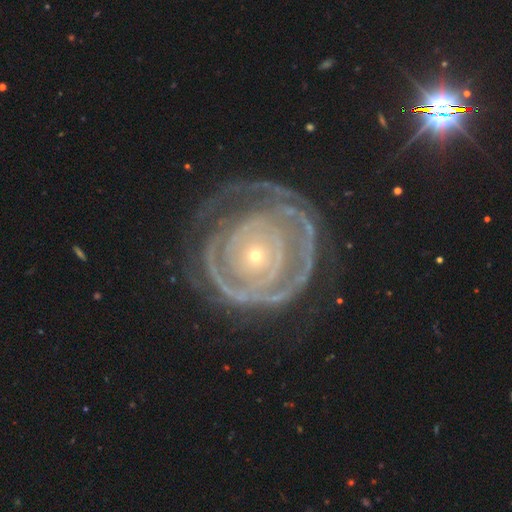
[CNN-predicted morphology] smooth-or-featured: featured or disk: 81% | smooth: 12% | star or artifact: 6%
  disk-edge-on: no: 96% | yes: 4%
    bar: no: 84% | weak: 11% | strong: 6%
    has-spiral-arms: yes: 76% | no: 24%
      spiral-winding: tight: 80% | medium: 14% | loose: 6%
      spiral-arm-count: can't tell: 41% | 2: 19% | 3: 12% | 1: 12% | 4: 8% | more than 4: 8%
    bulge-size: small: 82% | moderate: 14% | large: 2% | none: 1% | dominant: 1%
  merging: none: 61% | minor disturbance: 19% | major disturbance: 18% | merger: 2%